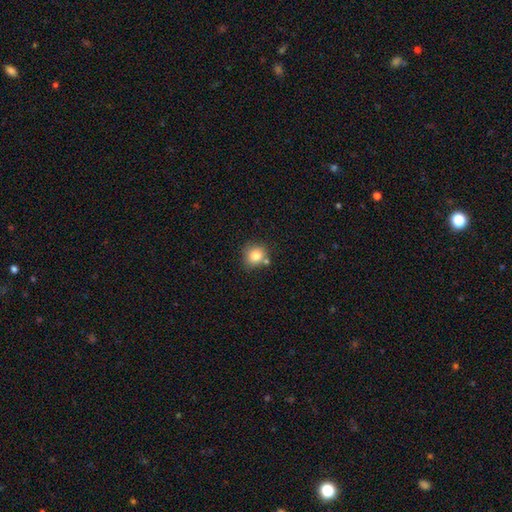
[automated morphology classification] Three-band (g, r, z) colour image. It shows a smooth galaxy with no disk features (80%) that is round (85%). Merging: none (71%).